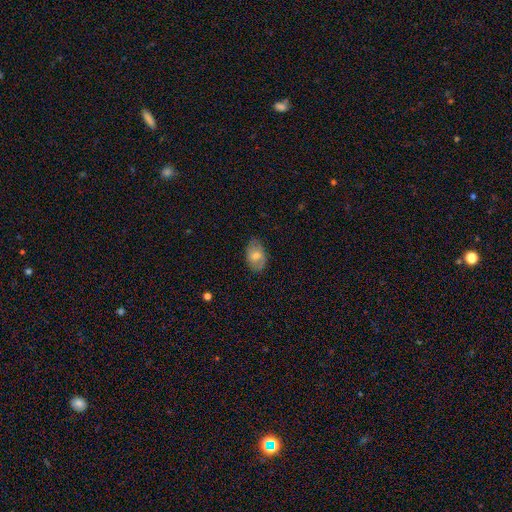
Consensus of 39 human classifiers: This is likely a smooth galaxy (69%). How rounded: clearly in between (100%). Merging: clearly none (82%).